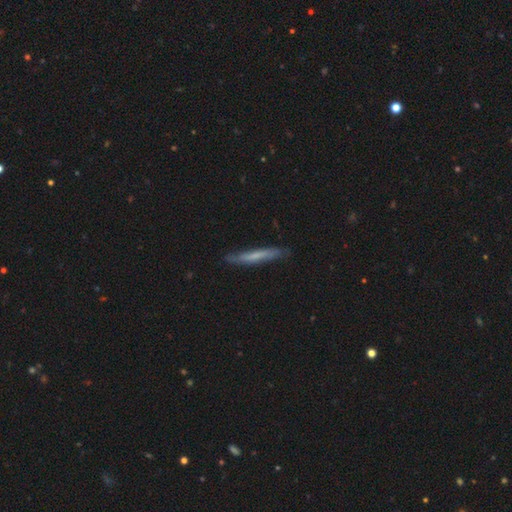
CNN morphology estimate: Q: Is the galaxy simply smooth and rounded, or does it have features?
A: smooth — 53%.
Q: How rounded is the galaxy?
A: cigar-shaped — 95%.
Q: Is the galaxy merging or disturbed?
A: none — 81%.